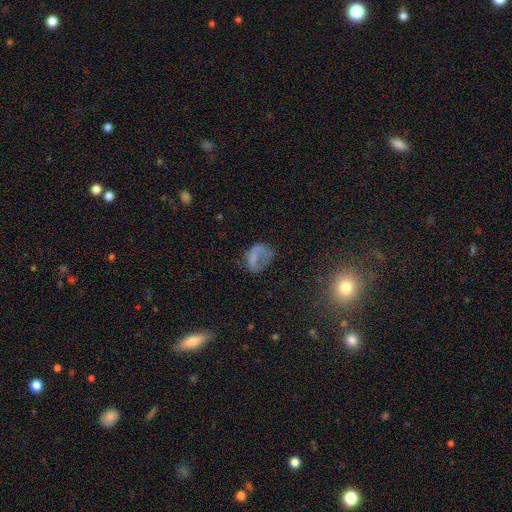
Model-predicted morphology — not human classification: A smooth galaxy with no disk features (54%) that is in between round and cigar-shaped (64%). Merging: none (39%).